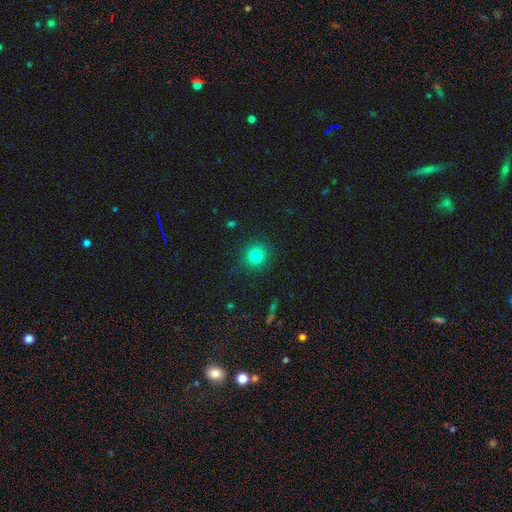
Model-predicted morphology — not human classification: Smooth or featured? Predicted: smooth (p=0.80). How rounded? Predicted: round (p=0.91). Merging? Predicted: none (p=0.89).